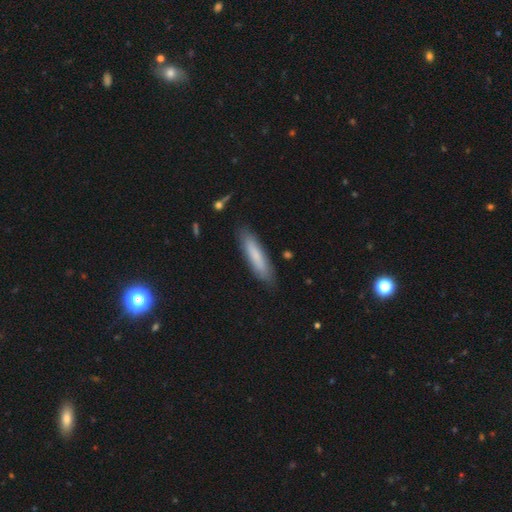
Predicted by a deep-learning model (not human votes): smooth-or-featured: smooth: 76% | featured or disk: 18% | star or artifact: 6%
  how-rounded: cigar-shaped: 75% | in between: 24% | round: 1%
  merging: none: 85% | minor disturbance: 12% | major disturbance: 2% | merger: 1%